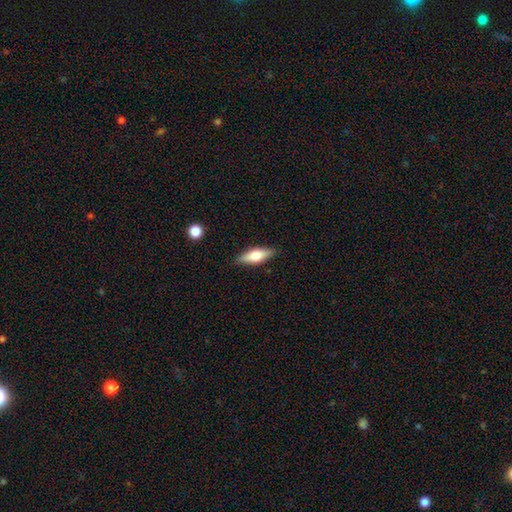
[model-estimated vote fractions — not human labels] smooth_or_featured: smooth (p=0.58) [alt: featured or disk p=0.35]
how_rounded: in between (p=0.60) [alt: cigar-shaped p=0.37]
merging: none (p=0.86) [alt: minor disturbance p=0.11]